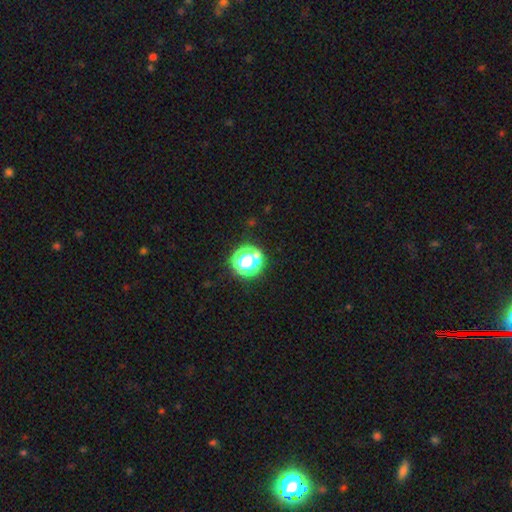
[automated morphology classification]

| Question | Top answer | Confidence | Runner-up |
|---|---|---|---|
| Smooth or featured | star or artifact | 49% | smooth (42%) |